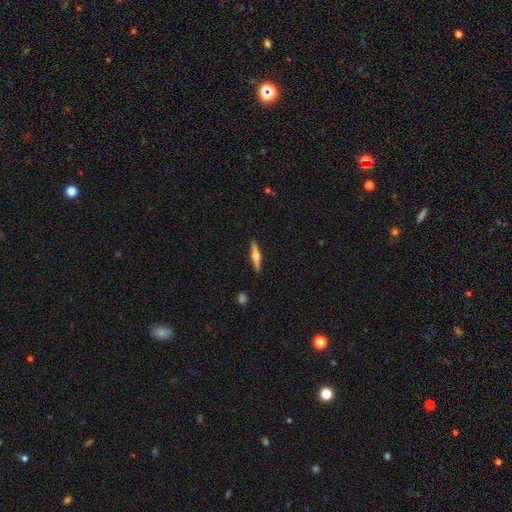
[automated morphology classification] smooth_or_featured: featured or disk (p=0.63) [alt: smooth p=0.31]
disk_edge_on: yes (p=0.97) [alt: no p=0.03]
edge_on_bulge: rounded (p=0.94) [alt: none p=0.03]
merging: none (p=0.90) [alt: minor disturbance p=0.07]